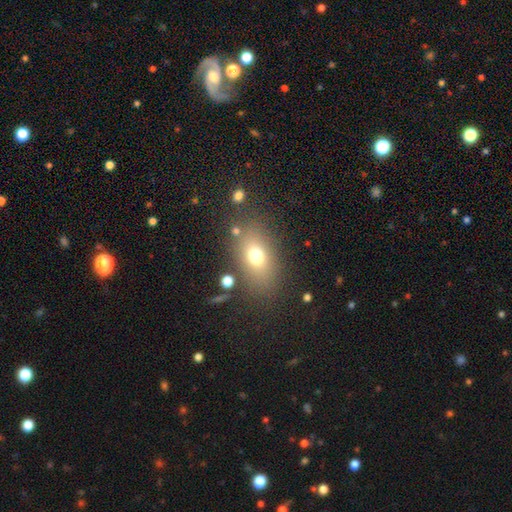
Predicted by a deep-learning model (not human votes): This appears to be a smooth galaxy with no disk features (71%) that is in between round and cigar-shaped (77%). Merging: none (78%).